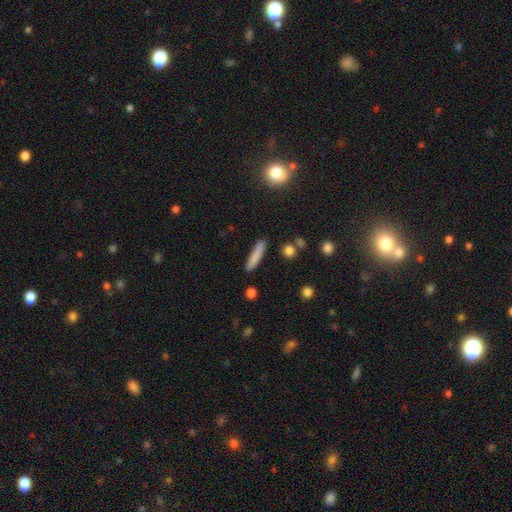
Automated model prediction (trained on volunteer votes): smooth-or-featured: smooth: 80% | featured or disk: 12% | star or artifact: 7%
  how-rounded: cigar-shaped: 90% | in between: 8% | round: 2%
  merging: none: 87% | minor disturbance: 8% | merger: 2% | major disturbance: 2%